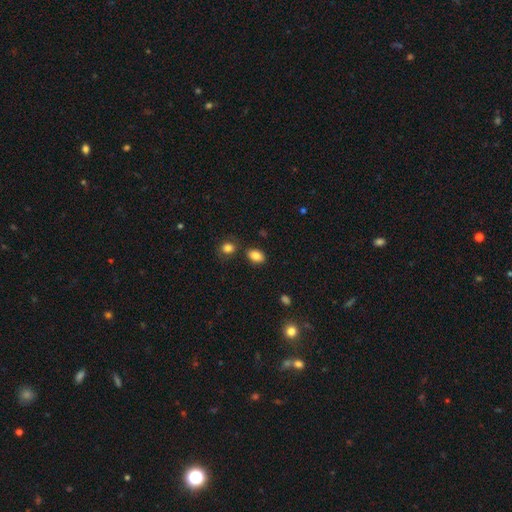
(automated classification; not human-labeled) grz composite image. It shows a smooth galaxy with no disk features (86%) that is in between round and cigar-shaped (83%). Merging: none (80%).